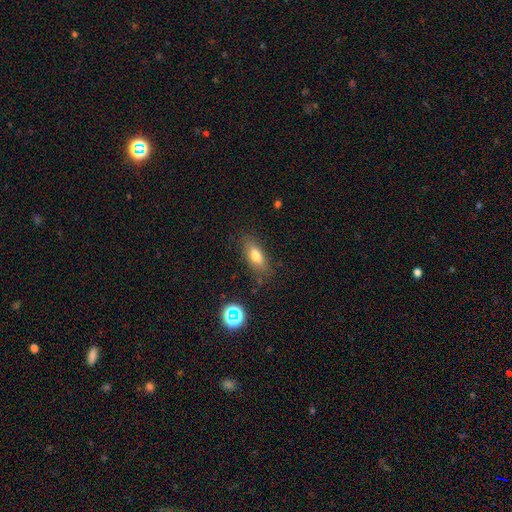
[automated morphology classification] The model was most divided on "smooth or featured": smooth: 72%, featured or disk: 17%, star or artifact: 11%. More confident: merging — none (79%); how rounded — in between (76%).